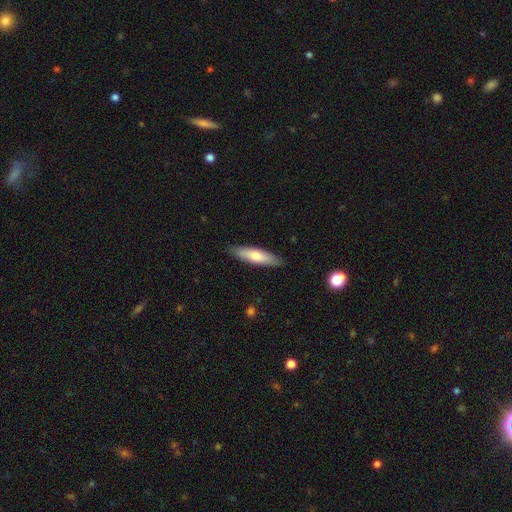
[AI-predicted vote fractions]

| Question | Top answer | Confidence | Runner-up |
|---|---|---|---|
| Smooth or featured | smooth | 68% | featured or disk (26%) |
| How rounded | cigar-shaped | 67% | in between (31%) |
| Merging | none | 88% | minor disturbance (9%) |